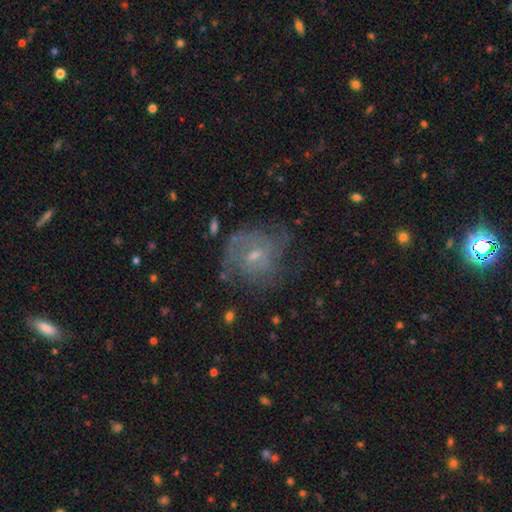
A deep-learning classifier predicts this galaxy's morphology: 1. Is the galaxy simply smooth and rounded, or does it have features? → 67% featured or disk, 23% smooth, 10% star or artifact.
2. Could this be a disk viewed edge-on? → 97% no, 3% yes.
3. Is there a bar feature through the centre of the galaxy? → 47% no, 46% weak, 7% strong.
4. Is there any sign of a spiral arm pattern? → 76% yes, 24% no.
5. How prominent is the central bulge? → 59% small, 34% moderate, 4% none, 2% large, 1% dominant.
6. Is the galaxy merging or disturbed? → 55% none, 23% minor disturbance, 19% major disturbance, 2% merger.